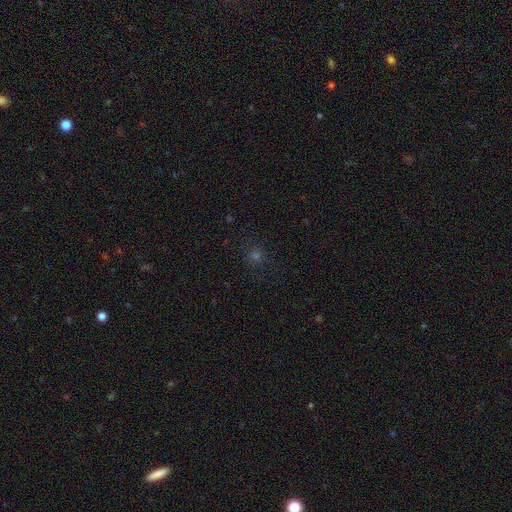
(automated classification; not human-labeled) This appears to be a smooth galaxy with no disk features (51%) that is round (92%). Merging: none (87%).